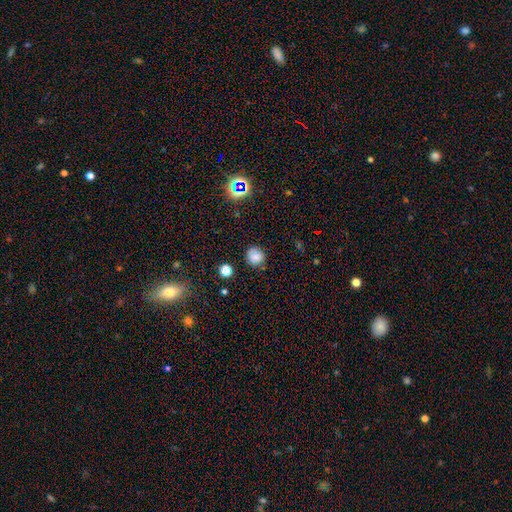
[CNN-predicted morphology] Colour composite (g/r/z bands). It shows a smooth galaxy with no disk features (78%) that is round (90%). Merging: none (82%).